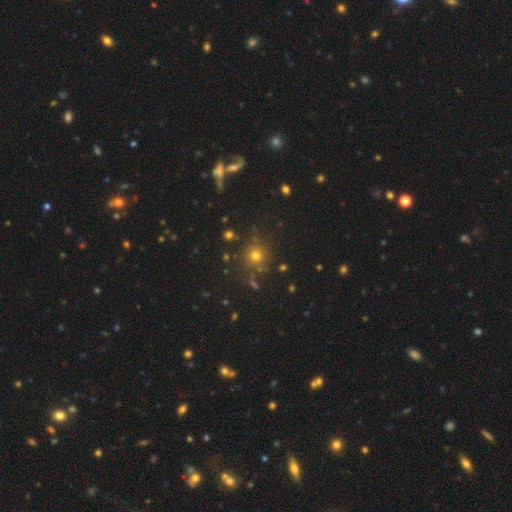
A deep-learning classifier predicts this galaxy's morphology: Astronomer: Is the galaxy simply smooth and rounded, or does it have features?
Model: smooth — 66%.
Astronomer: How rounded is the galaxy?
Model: round — 93%.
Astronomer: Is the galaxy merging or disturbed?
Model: none — 83%.